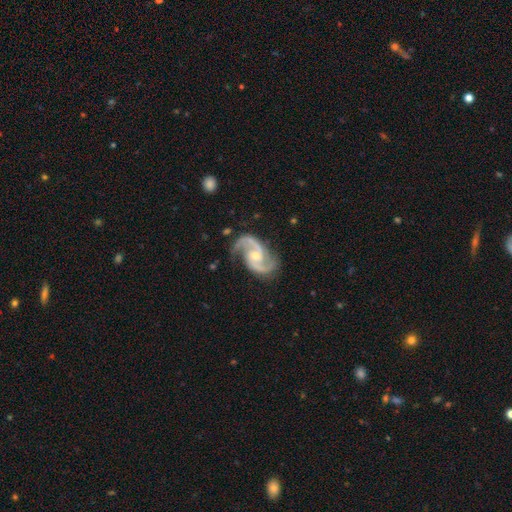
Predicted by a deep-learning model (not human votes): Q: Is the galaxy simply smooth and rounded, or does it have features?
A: featured or disk — 93%.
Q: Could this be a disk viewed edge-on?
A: no — 98%.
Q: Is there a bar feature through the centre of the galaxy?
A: no — 48%.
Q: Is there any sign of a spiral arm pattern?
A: yes — 98%.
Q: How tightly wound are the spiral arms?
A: medium — 60%.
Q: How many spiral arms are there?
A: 2 — 93%.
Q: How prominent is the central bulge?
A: moderate — 50%.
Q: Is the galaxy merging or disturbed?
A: none — 76%.